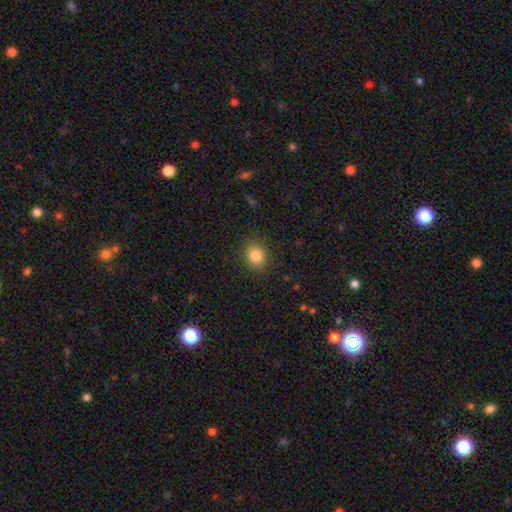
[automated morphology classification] smooth_or_featured: smooth (p=0.84) [alt: star or artifact p=0.11]
how_rounded: round (p=0.68) [alt: in between p=0.31]
merging: none (p=0.88) [alt: minor disturbance p=0.08]